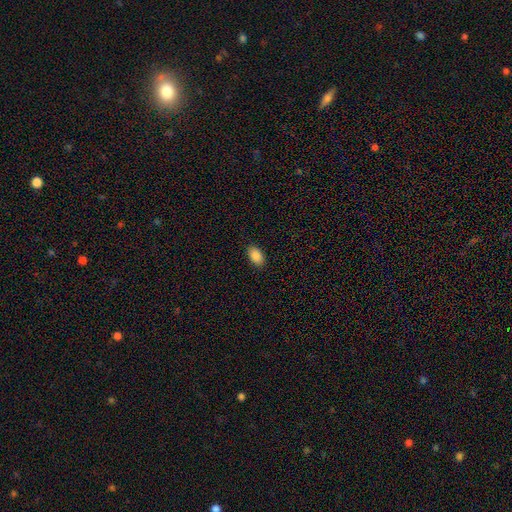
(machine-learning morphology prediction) Overall: smooth (88%). How rounded: in between (93%). Merging: none (89%).